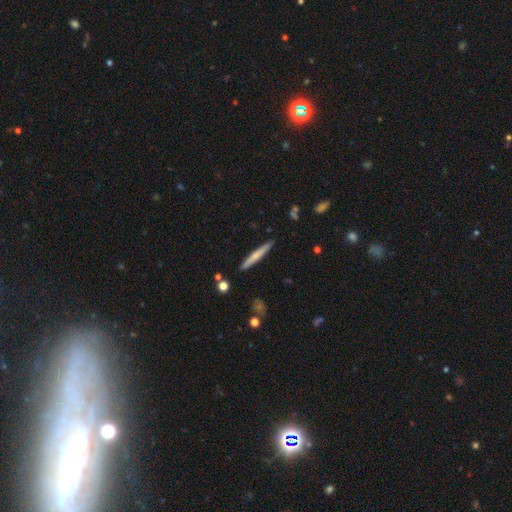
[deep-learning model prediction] This appears to be a smooth galaxy with no disk features (58%) that is cigar-shaped (96%). Merging: none (90%).